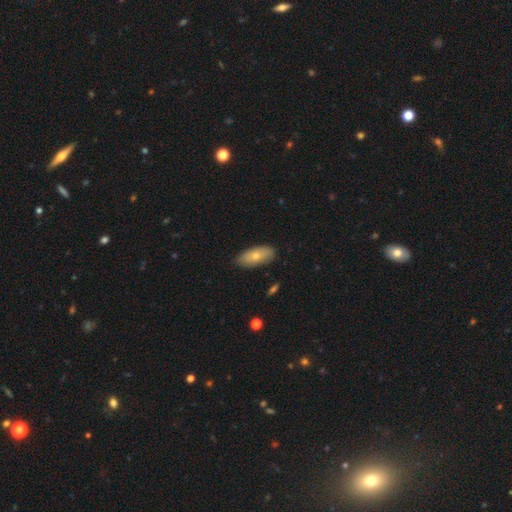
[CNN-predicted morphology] The model was most divided on "smooth or featured": smooth: 73%, featured or disk: 21%, star or artifact: 6%. More confident: how rounded — in between (89%); merging — none (82%).